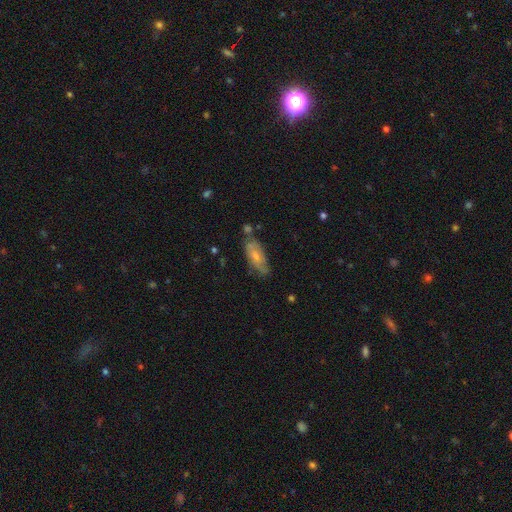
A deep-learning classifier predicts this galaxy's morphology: Q: Smooth or featured?
A: smooth (52%); runner-up: featured or disk (41%)
Q: How rounded?
A: in between (79%); runner-up: cigar-shaped (19%)
Q: Merging?
A: none (55%); runner-up: minor disturbance (28%)